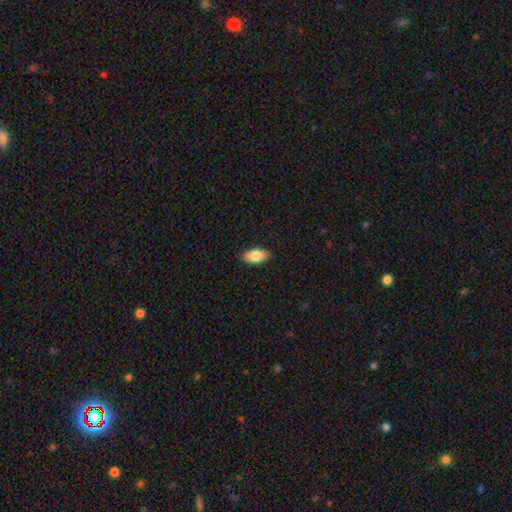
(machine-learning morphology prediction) Q: Smooth or featured?
A: smooth (81%); runner-up: featured or disk (12%)
Q: How rounded?
A: in between (92%); runner-up: cigar-shaped (5%)
Q: Merging?
A: none (88%); runner-up: minor disturbance (9%)